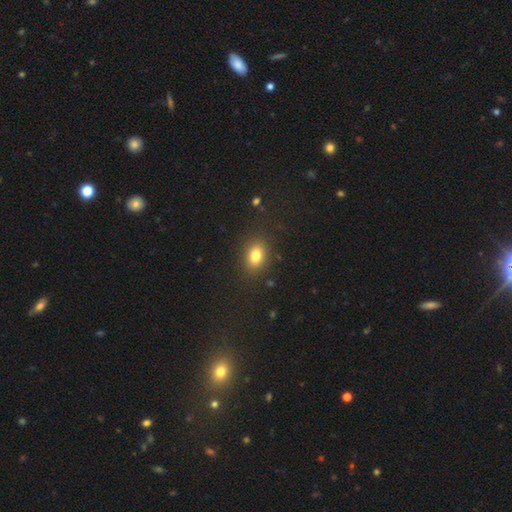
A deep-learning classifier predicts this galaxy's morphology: The model was most divided on "how rounded": in between: 66%, round: 32%, cigar-shaped: 1%. More confident: merging — none (86%); smooth or featured — smooth (80%).